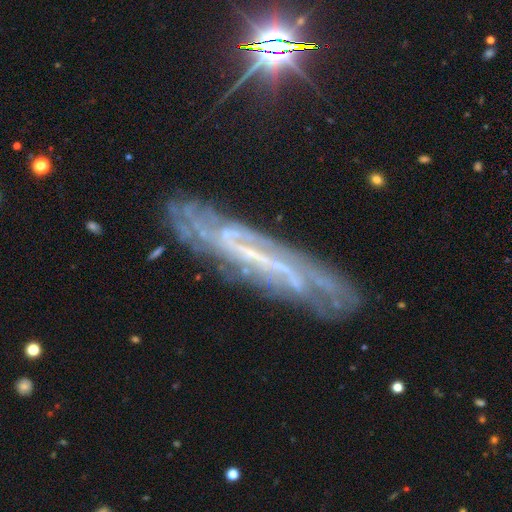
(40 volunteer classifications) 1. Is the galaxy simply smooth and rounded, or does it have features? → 85% featured or disk, 12% star or artifact, 2% smooth.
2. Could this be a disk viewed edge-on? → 59% no, 41% yes.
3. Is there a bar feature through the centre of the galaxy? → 55% strong, 25% weak, 20% no.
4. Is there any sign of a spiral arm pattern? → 85% yes, 15% no.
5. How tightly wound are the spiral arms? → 47% medium, 29% tight, 24% loose.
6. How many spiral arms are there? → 47% 2, 35% can't tell, 12% more than 4, 6% 1, 0% 3, 0% 4.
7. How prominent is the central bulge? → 55% none, 30% small, 15% moderate, 0% dominant, 0% large.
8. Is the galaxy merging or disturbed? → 71% none, 17% minor disturbance, 11% major disturbance, 0% merger.